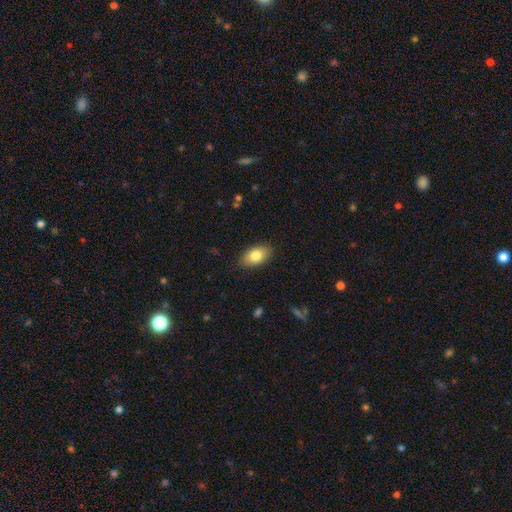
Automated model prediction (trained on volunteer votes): Smooth or featured? smooth (81%)
How rounded? in between (91%)
Merging? none (87%)